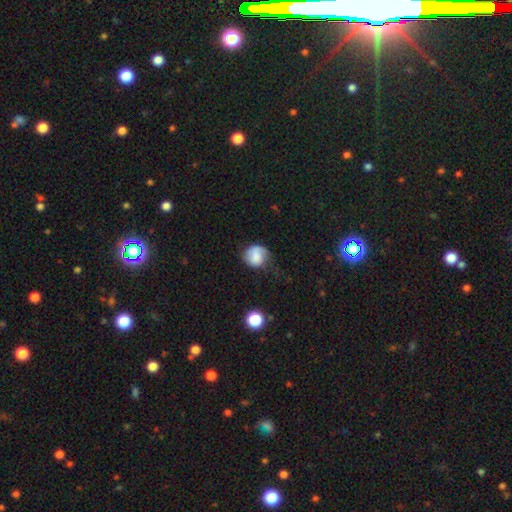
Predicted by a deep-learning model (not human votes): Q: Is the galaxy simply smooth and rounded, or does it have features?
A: smooth — 61%.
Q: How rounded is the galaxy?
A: round — 77%.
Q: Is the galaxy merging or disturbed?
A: none — 46%.